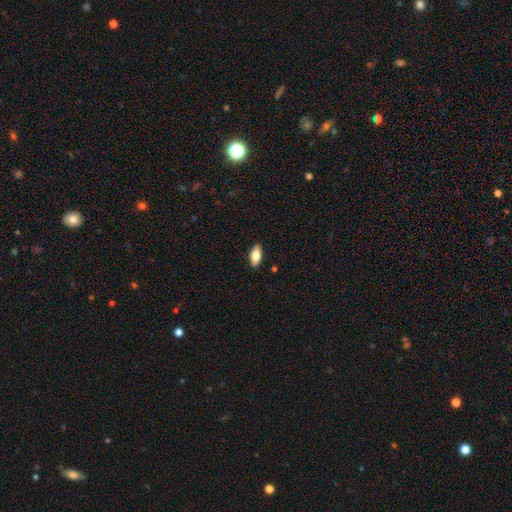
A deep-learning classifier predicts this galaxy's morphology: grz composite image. It shows a smooth galaxy with no disk features (73%) that is in between round and cigar-shaped (85%). Merging: none (89%).